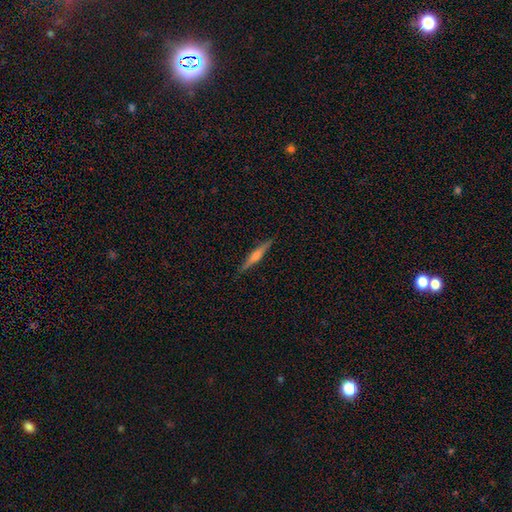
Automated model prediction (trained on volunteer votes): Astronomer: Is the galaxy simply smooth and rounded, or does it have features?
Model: featured or disk — 71%.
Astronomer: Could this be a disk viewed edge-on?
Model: yes — 98%.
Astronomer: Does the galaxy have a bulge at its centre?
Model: rounded — 80%.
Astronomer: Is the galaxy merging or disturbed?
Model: none — 91%.